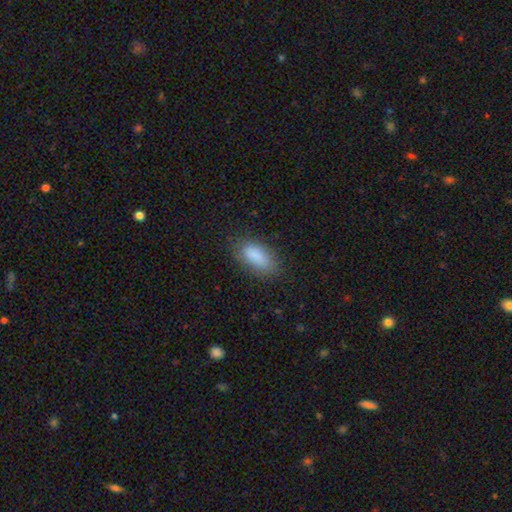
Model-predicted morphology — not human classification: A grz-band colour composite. It shows a smooth galaxy with no disk features (86%) that is in between round and cigar-shaped (86%). Merging: none (77%).